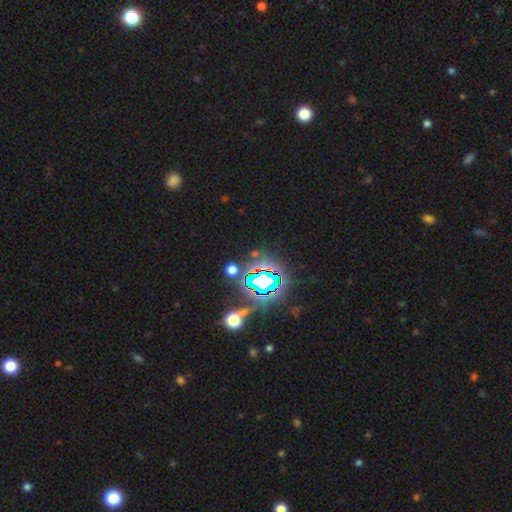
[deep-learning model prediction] star or artifact 77%, smooth 13%, featured or disk 10%.